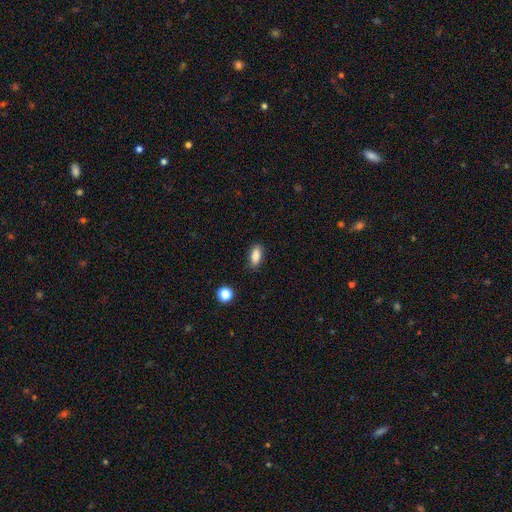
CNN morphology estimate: smooth 86%, star or artifact 9%, featured or disk 5%. Down the decision tree: how rounded — in between (84%); merging — none (85%).